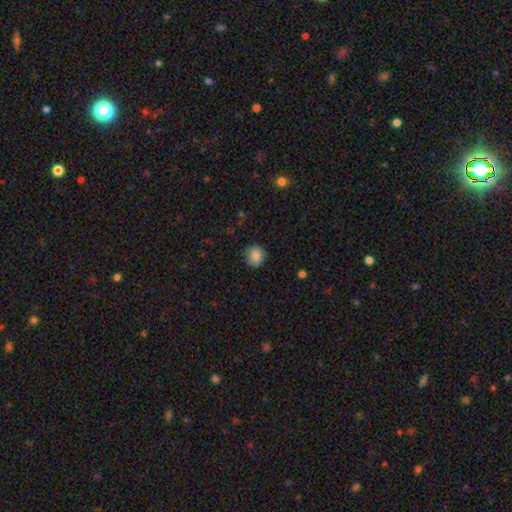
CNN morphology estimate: The model was most divided on "merging": none: 81%, minor disturbance: 15%, major disturbance: 3%, merger: 1%. More confident: how rounded — round (85%); smooth or featured — smooth (82%).